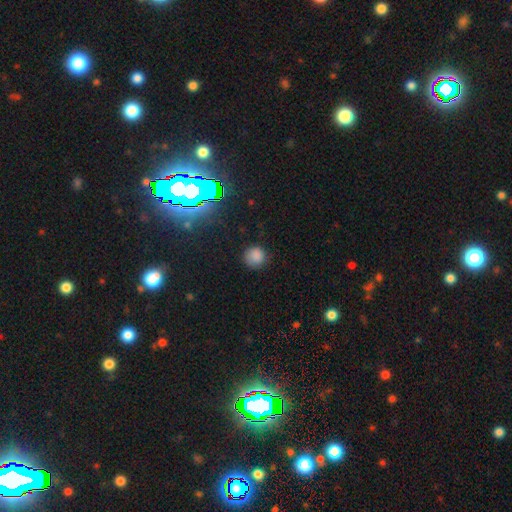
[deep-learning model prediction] Overall: smooth (81%). How rounded: round (90%). Merging: none (80%).